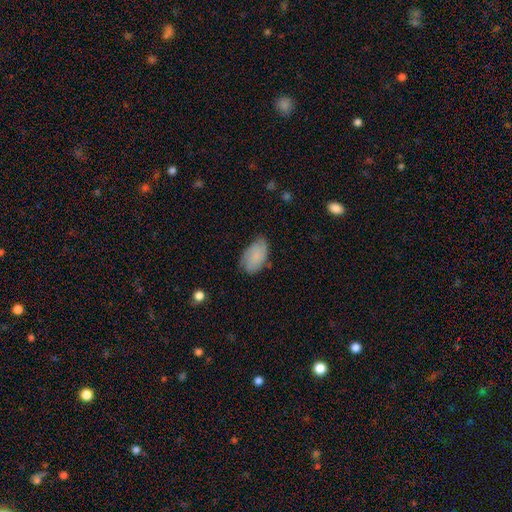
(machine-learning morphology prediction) A smooth galaxy with no disk features (69%) that is in between round and cigar-shaped (93%).

Vote fractions:
- Smooth or featured? smooth: 69% / featured or disk: 23% / star or artifact: 8%
- How rounded? in between: 93% / round: 5% / cigar-shaped: 2%
- Merging? none: 68% / minor disturbance: 25% / major disturbance: 5% / merger: 2%